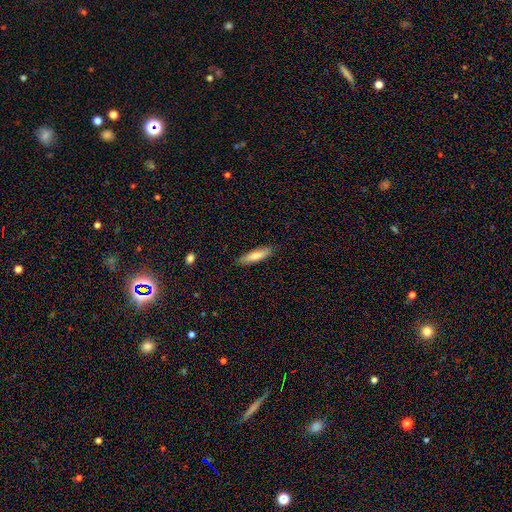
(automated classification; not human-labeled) This is likely a smooth galaxy (77%). How rounded: likely cigar-shaped (69%). Merging: clearly none (88%).